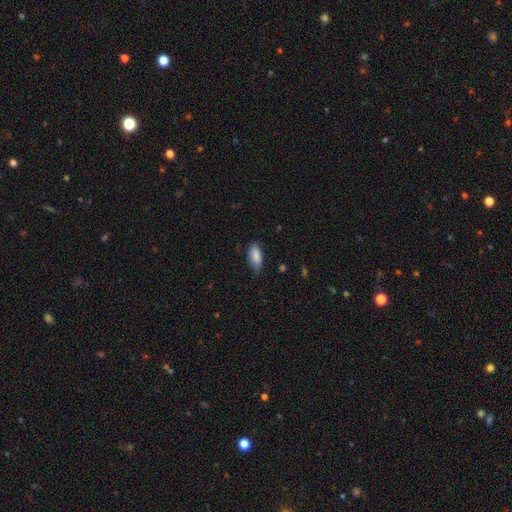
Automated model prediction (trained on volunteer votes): This appears to be a smooth galaxy with no disk features (86%) that is in between round and cigar-shaped (86%). Merging: none (70%).